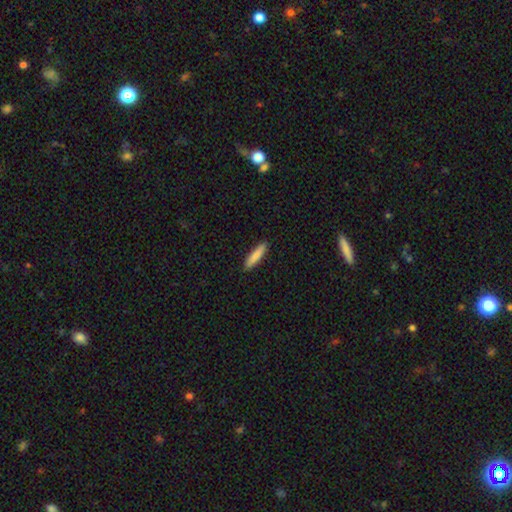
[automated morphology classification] Overall: smooth (84%). How rounded: cigar-shaped (84%). Merging: none (91%).